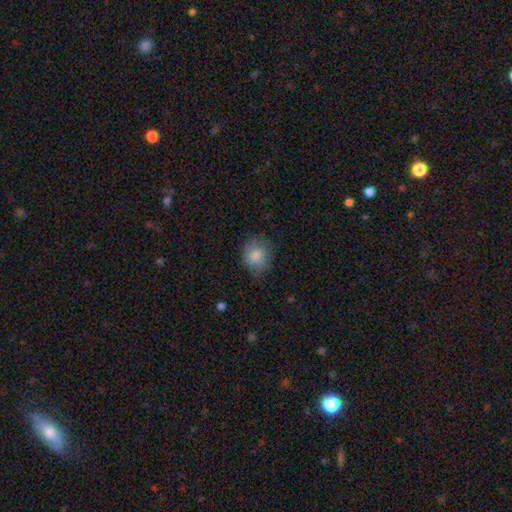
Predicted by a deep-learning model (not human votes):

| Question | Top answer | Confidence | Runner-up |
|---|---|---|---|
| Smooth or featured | smooth | 84% | featured or disk (9%) |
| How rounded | round | 61% | in between (38%) |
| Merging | none | 69% | minor disturbance (24%) |